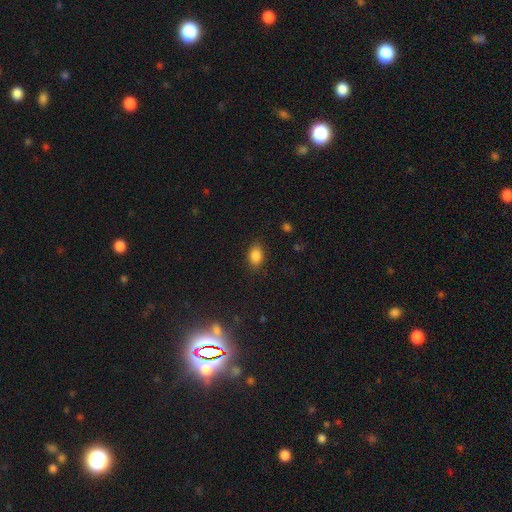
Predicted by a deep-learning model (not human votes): smooth_or_featured: smooth (p=0.85) [alt: star or artifact p=0.10]
how_rounded: in between (p=0.85) [alt: round p=0.14]
merging: none (p=0.86) [alt: minor disturbance p=0.10]